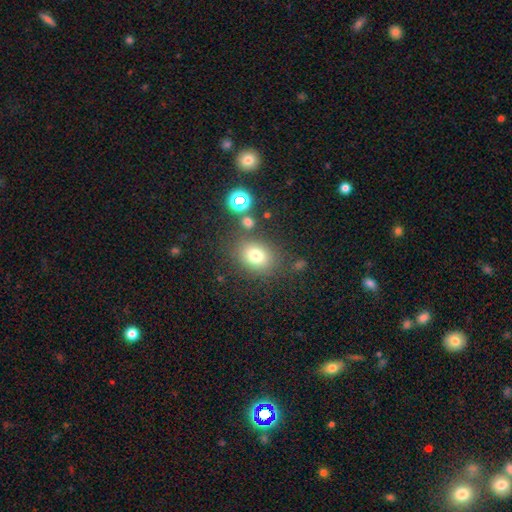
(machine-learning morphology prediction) smooth-or-featured: smooth: 76% | star or artifact: 14% | featured or disk: 10%
  how-rounded: round: 51% | in between: 48% | cigar-shaped: 1%
  merging: none: 76% | minor disturbance: 12% | merger: 7% | major disturbance: 5%